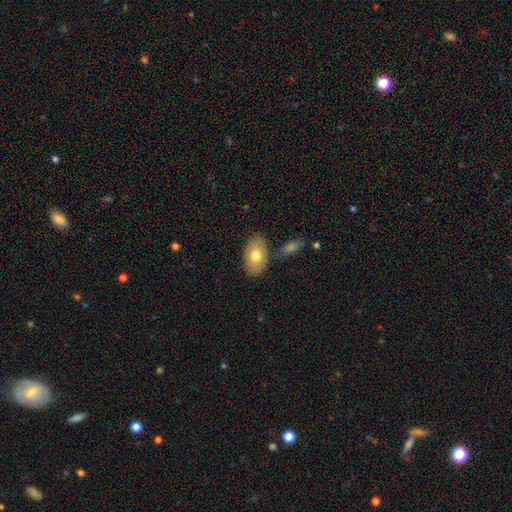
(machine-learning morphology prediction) Smooth or featured? Predicted: smooth (p=0.72). How rounded? Predicted: in between (p=0.92). Merging? Predicted: none (p=0.81).